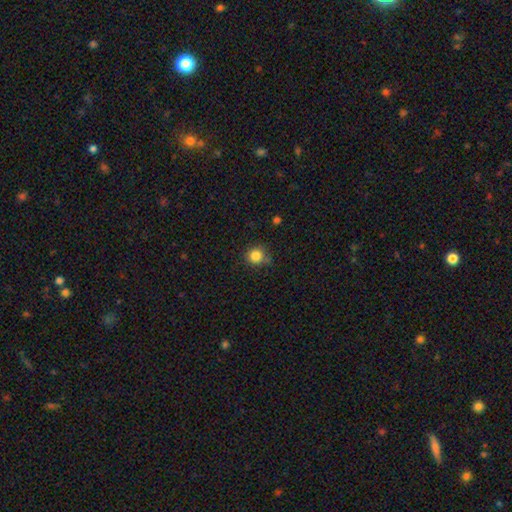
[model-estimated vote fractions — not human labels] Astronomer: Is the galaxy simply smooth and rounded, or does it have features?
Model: smooth — 84%.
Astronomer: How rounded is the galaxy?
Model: round — 92%.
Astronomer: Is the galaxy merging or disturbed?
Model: none — 79%.